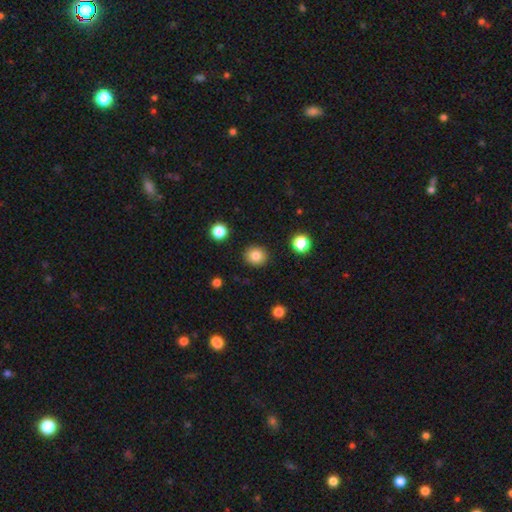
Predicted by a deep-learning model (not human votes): smooth-or-featured: smooth: 83% | star or artifact: 10% | featured or disk: 6%
  how-rounded: round: 85% | in between: 14% | cigar-shaped: 1%
  merging: none: 90% | minor disturbance: 6% | major disturbance: 2% | merger: 2%